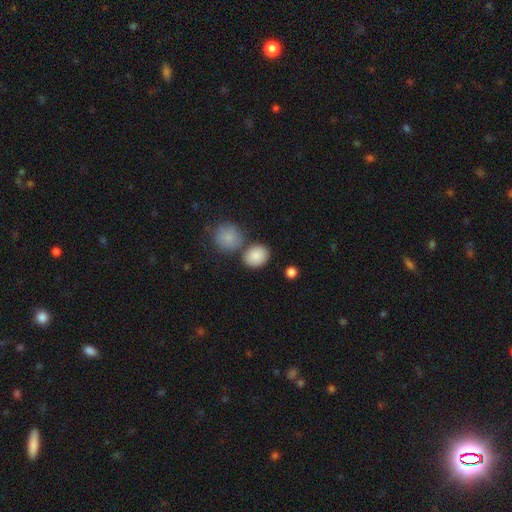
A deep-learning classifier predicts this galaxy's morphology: Smooth or featured? Predicted: smooth (p=0.87). How rounded? Predicted: in between (p=0.53). Merging? Predicted: none (p=0.68).